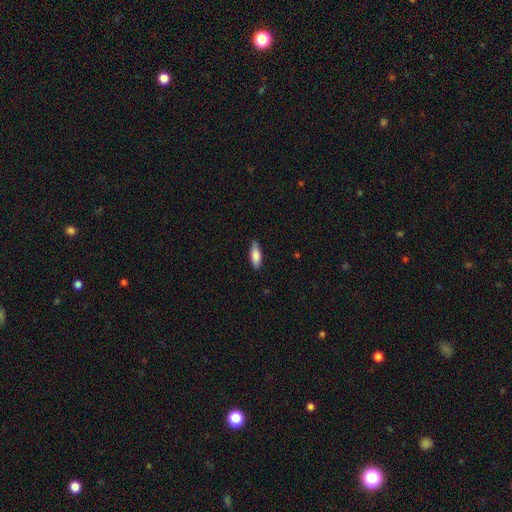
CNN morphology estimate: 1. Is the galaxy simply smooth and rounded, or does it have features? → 83% smooth, 11% featured or disk, 6% star or artifact.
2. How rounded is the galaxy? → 67% in between, 31% cigar-shaped, 2% round.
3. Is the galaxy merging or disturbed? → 84% none, 13% minor disturbance, 2% major disturbance, 1% merger.